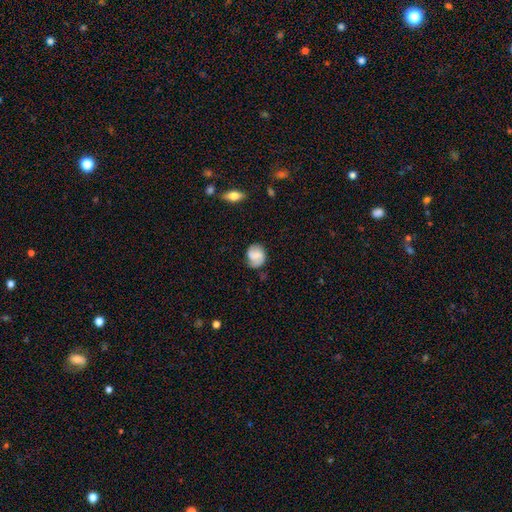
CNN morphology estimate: Smooth or featured?
  - smooth: 50% *
  - featured or disk: 42%
  - star or artifact: 8%
Merging?
  - none: 66% *
  - minor disturbance: 23%
  - major disturbance: 8%
  - merger: 2%